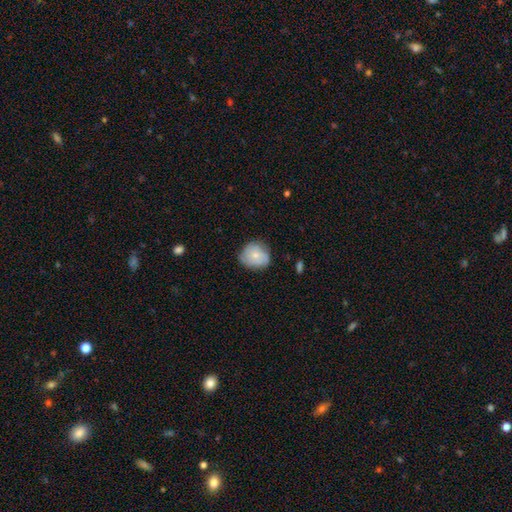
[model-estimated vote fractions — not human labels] The model was most divided on "smooth or featured": smooth: 63%, featured or disk: 30%, star or artifact: 7%. More confident: how rounded — round (79%); merging — none (70%).